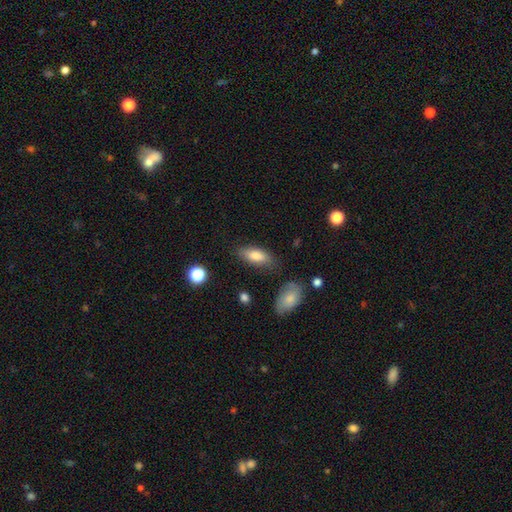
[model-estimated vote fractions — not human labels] This is clearly a smooth galaxy (81%). How rounded: clearly in between (81%). Merging: likely none (73%).